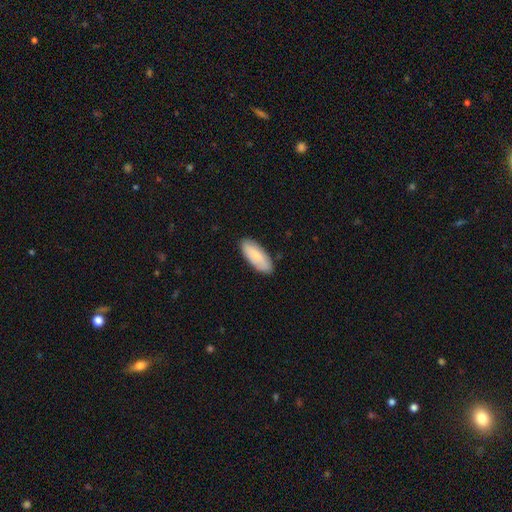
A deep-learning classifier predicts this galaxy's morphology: Smooth or featured?
  - smooth: 79% *
  - featured or disk: 16%
  - star or artifact: 5%
How rounded?
  - in between: 79% *
  - cigar-shaped: 19%
  - round: 2%
Merging?
  - none: 86% *
  - minor disturbance: 11%
  - major disturbance: 2%
  - merger: 1%